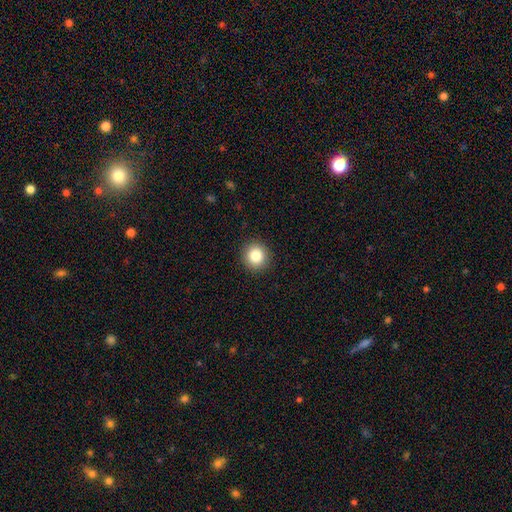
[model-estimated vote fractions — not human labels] A smooth galaxy with no disk features (84%) that is round (91%). Merging: none (92%).